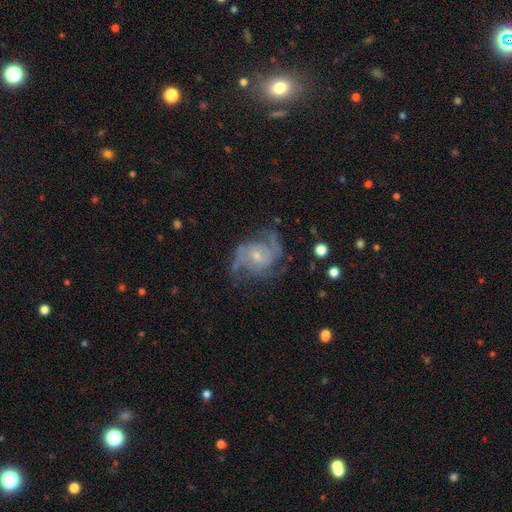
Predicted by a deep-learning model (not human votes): A featured or disk galaxy (86%) with no bar (46%), 2 (59%) medium (51%) spiral arms (95%) and a small central bulge (63%). Merging: none (62%).